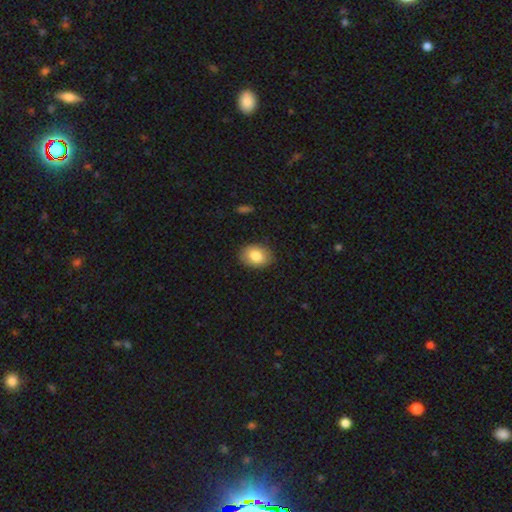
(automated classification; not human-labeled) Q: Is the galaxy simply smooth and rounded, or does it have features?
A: smooth — 81%.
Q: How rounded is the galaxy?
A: in between — 73%.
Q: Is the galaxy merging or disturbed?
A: none — 87%.